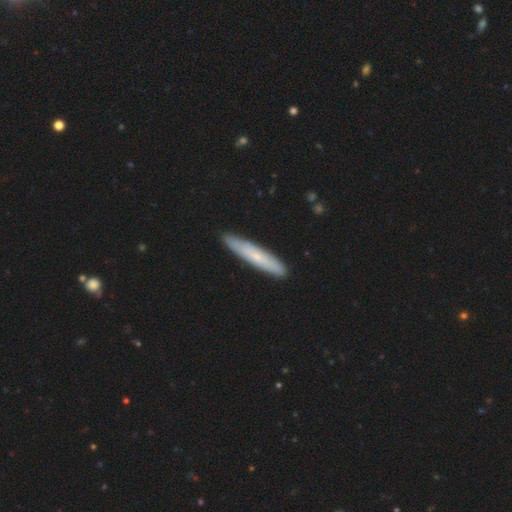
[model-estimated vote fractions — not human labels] Q: Smooth or featured?
A: smooth (57%); runner-up: featured or disk (37%)
Q: How rounded?
A: cigar-shaped (92%); runner-up: in between (7%)
Q: Merging?
A: none (89%); runner-up: minor disturbance (8%)